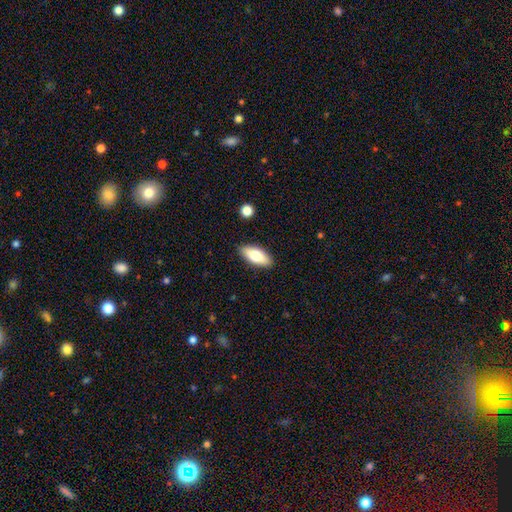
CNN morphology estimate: Smooth or featured?
  - smooth: 76% *
  - featured or disk: 18%
  - star or artifact: 6%
How rounded?
  - in between: 83% *
  - cigar-shaped: 15%
  - round: 2%
Merging?
  - none: 88% *
  - minor disturbance: 9%
  - major disturbance: 2%
  - merger: 1%